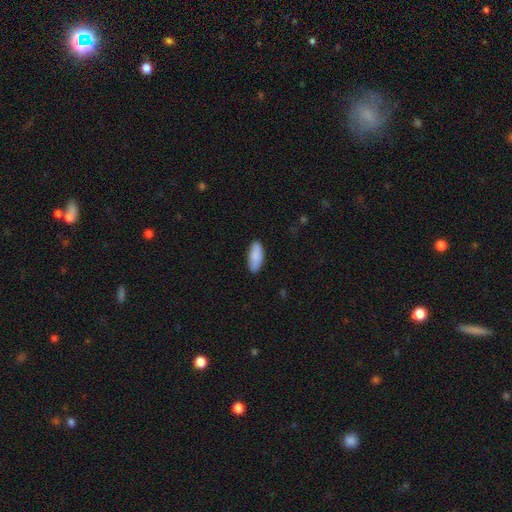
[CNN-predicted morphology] Smooth or featured?
  - smooth: 89% *
  - star or artifact: 6%
  - featured or disk: 5%
How rounded?
  - in between: 84% *
  - cigar-shaped: 14%
  - round: 2%
Merging?
  - none: 86% *
  - minor disturbance: 11%
  - major disturbance: 2%
  - merger: 1%